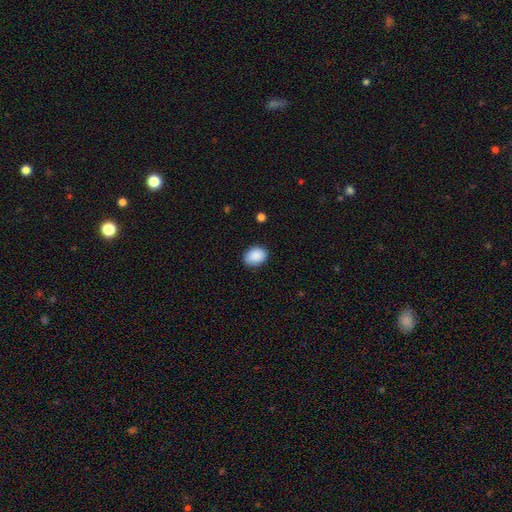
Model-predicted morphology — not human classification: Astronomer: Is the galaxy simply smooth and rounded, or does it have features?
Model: smooth — 90%.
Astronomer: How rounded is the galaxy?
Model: in between — 70%.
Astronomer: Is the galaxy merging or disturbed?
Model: none — 86%.